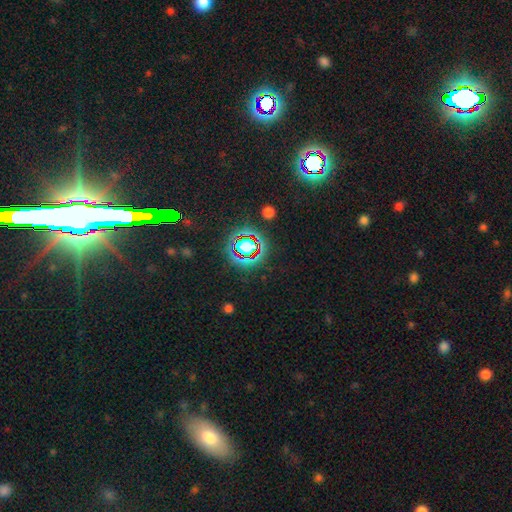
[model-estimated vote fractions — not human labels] smooth-or-featured: star or artifact: 76% | featured or disk: 13% | smooth: 11%